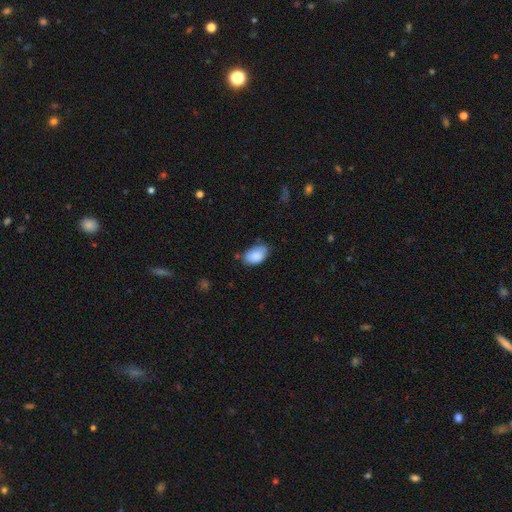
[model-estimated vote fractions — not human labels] This is clearly a smooth galaxy (87%). How rounded: clearly in between (91%). Merging: likely none (61%).